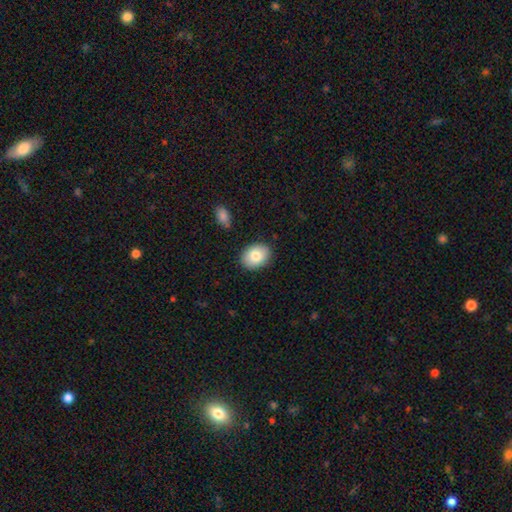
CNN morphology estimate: A smooth galaxy with no disk features (82%) that is in between round and cigar-shaped (66%).

Vote fractions:
- Smooth or featured? smooth: 82% / featured or disk: 11% / star or artifact: 7%
- How rounded? in between: 66% / round: 33% / cigar-shaped: 1%
- Merging? none: 87% / minor disturbance: 9% / major disturbance: 2% / merger: 2%